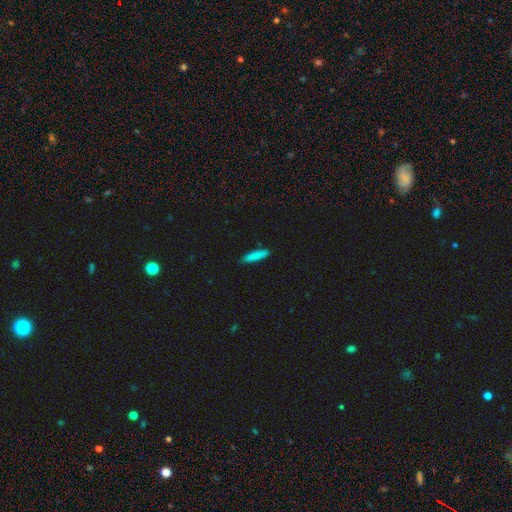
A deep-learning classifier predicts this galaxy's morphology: Smooth or featured? Predicted: smooth (p=0.86). How rounded? Predicted: cigar-shaped (p=0.81). Merging? Predicted: none (p=0.88).